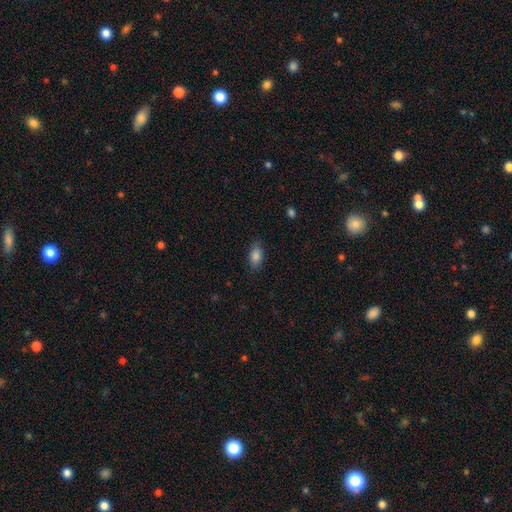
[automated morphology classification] Smooth or featured? smooth (86%)
How rounded? in between (90%)
Merging? none (84%)